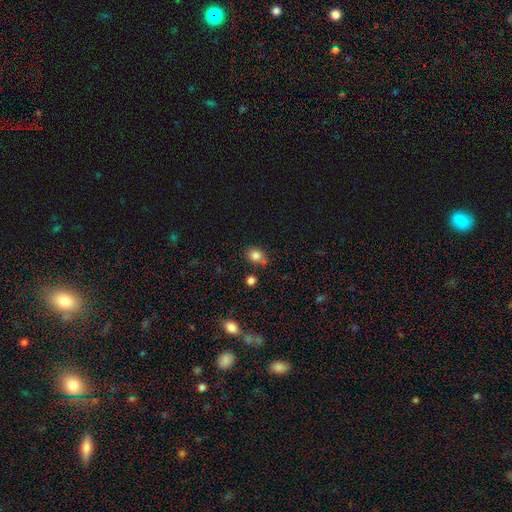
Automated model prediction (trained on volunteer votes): This is clearly a smooth galaxy (82%). How rounded: possibly round (58%). Merging: possibly none (59%).